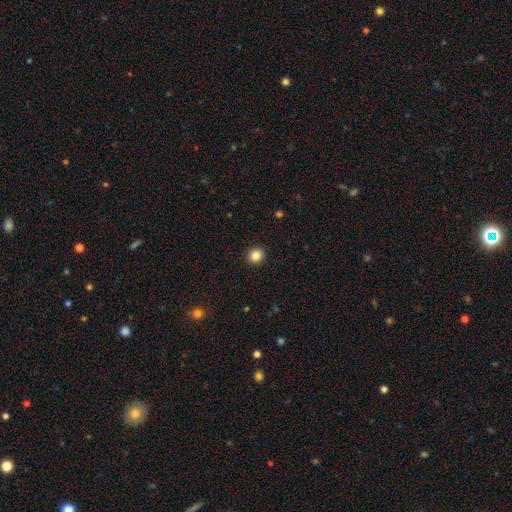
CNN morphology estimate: The model was most divided on "how rounded": round: 84%, in between: 16%, cigar-shaped: 1%. More confident: merging — none (92%); smooth or featured — smooth (85%).